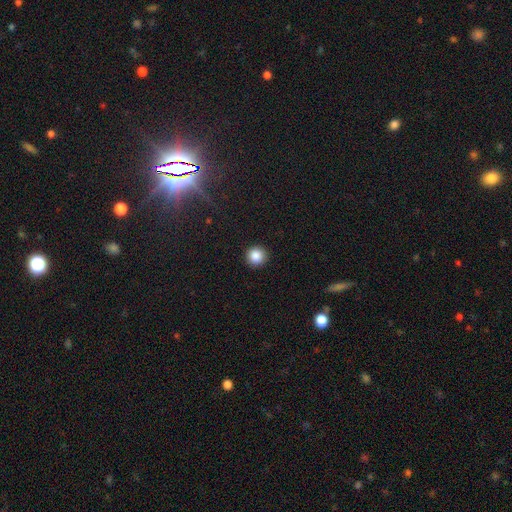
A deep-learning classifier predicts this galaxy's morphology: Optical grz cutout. It shows a smooth galaxy with no disk features (87%) that is round (95%). Merging: none (92%).